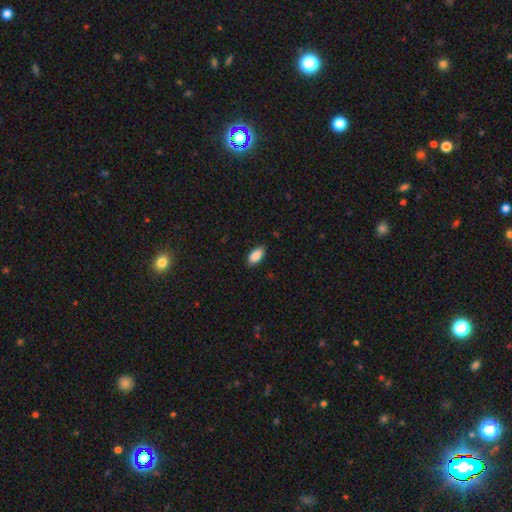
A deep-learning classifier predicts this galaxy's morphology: smooth 89%, star or artifact 7%, featured or disk 5%. Down the decision tree: how rounded — in between (93%); merging — none (88%).